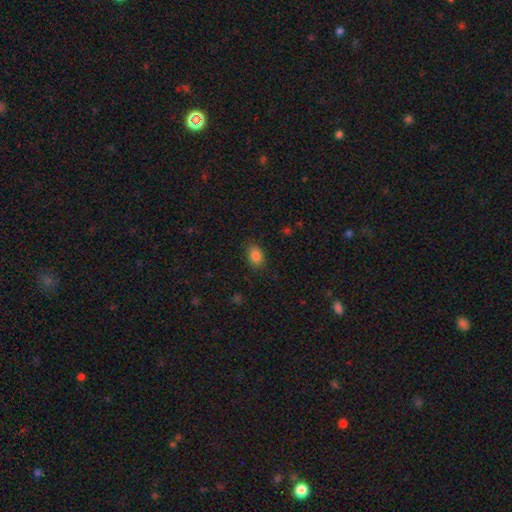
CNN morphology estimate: A smooth galaxy with no disk features (85%) that is in between round and cigar-shaped (78%). Merging: none (84%).